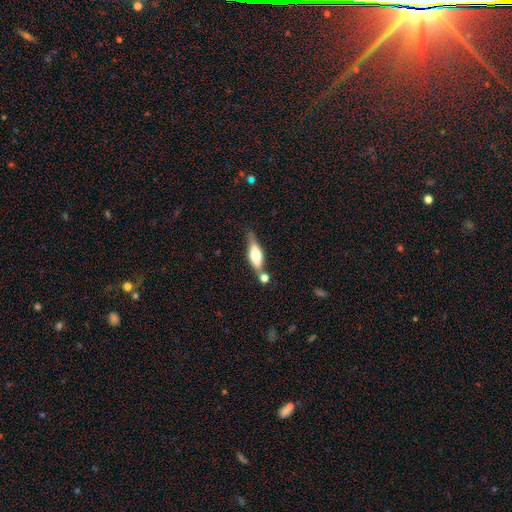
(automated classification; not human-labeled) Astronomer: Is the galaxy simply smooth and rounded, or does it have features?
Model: smooth — 50% (runner-up: featured or disk, 43%).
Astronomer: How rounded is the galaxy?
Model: in between — 52% (runner-up: cigar-shaped, 45%).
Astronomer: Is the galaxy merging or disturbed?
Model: none — 53%.